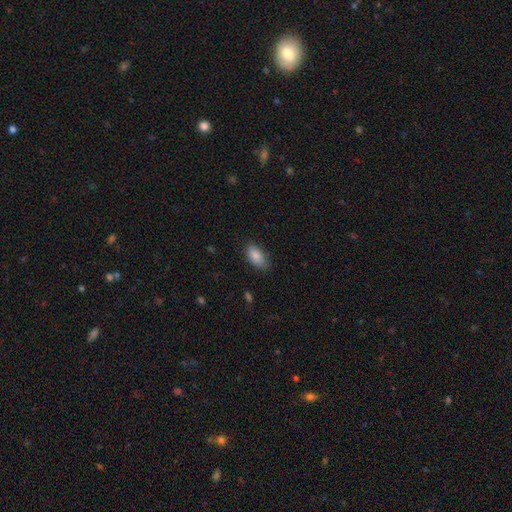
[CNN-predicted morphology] The model was most divided on "merging": none: 77%, minor disturbance: 19%, major disturbance: 3%, merger: 1%. More confident: how rounded — in between (92%); smooth or featured — smooth (85%).